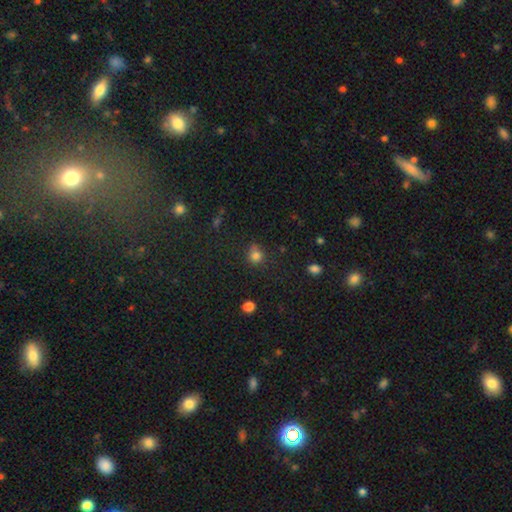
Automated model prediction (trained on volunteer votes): A smooth galaxy with no disk features (78%) that is round (83%).

Vote fractions:
- Smooth or featured? smooth: 78% / star or artifact: 16% / featured or disk: 6%
- How rounded? round: 83% / in between: 16% / cigar-shaped: 1%
- Merging? none: 64% / minor disturbance: 22% / merger: 8% / major disturbance: 7%